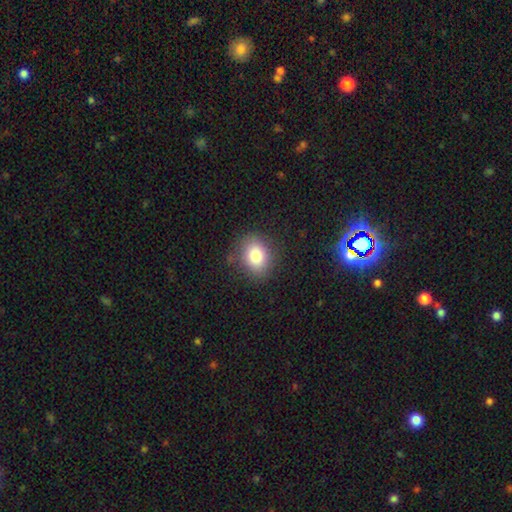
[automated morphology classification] Smooth or featured? Predicted: smooth (p=0.82). How rounded? Predicted: in between (p=0.52). Merging? Predicted: none (p=0.83).